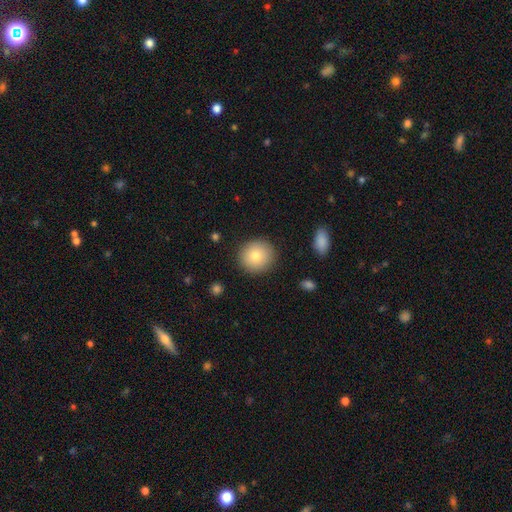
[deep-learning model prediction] The model was most divided on "smooth or featured": smooth: 79%, featured or disk: 12%, star or artifact: 9%. More confident: how rounded — round (91%); merging — none (89%).